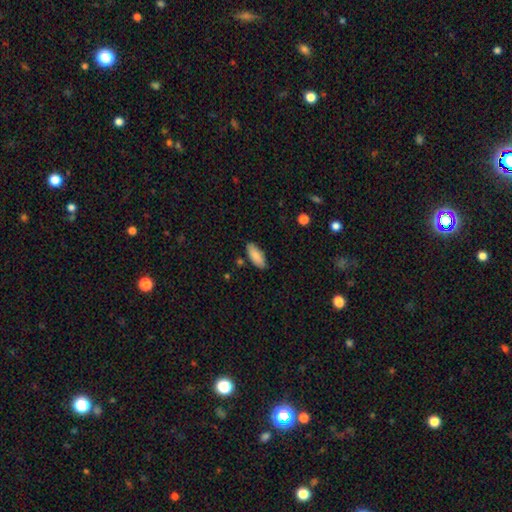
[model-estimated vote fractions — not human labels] Smooth or featured: smooth — 87% (featured or disk — 6%)
How rounded: in between — 83% (cigar-shaped — 15%)
Merging: none — 84% (minor disturbance — 12%)